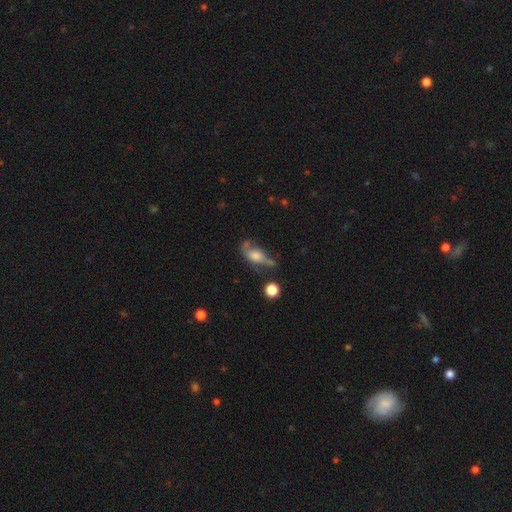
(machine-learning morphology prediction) Q: Smooth or featured?
A: smooth (46%); runner-up: featured or disk (43%)
Q: Merging?
A: none (40%); runner-up: minor disturbance (27%)